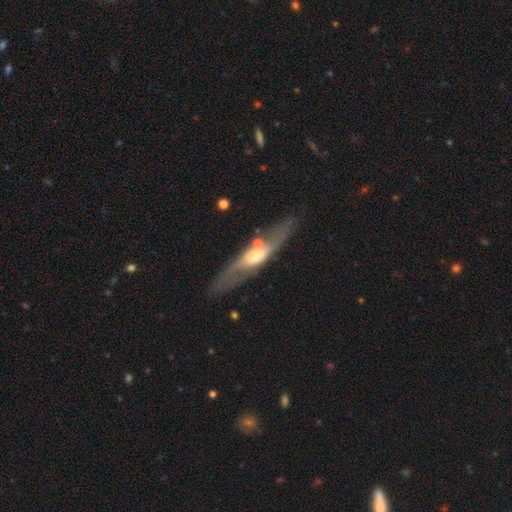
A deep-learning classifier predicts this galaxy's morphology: Smooth or featured? Predicted: featured or disk (p=0.68). Edge-on disk? Predicted: yes (p=0.59). Merging? Predicted: none (p=0.67).